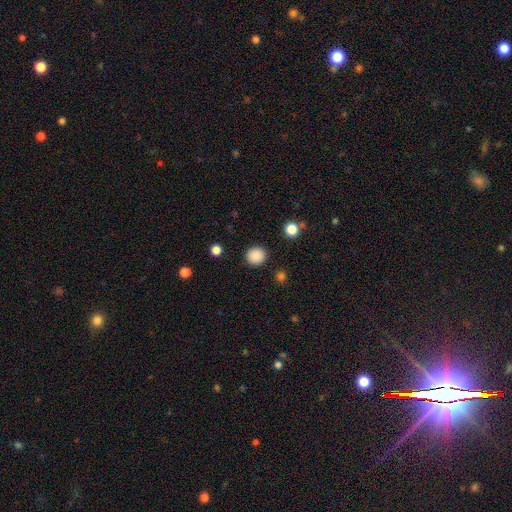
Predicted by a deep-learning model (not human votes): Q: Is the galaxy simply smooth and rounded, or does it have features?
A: smooth — 87%.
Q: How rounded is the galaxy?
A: round — 91%.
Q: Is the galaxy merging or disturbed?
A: none — 91%.